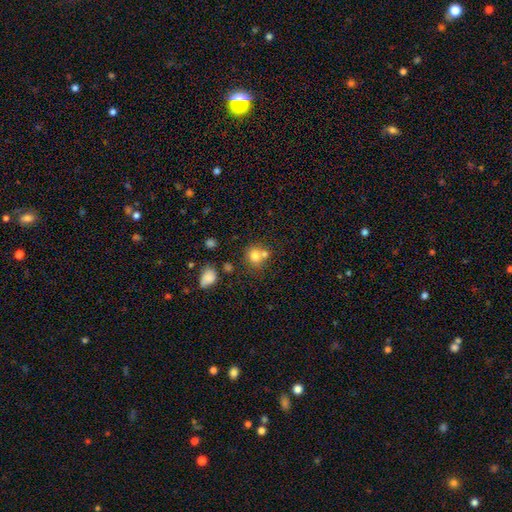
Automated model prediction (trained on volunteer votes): smooth_or_featured: smooth (p=0.75) [alt: featured or disk p=0.13]
how_rounded: round (p=0.77) [alt: in between p=0.22]
merging: none (p=0.47) [alt: merger p=0.39]